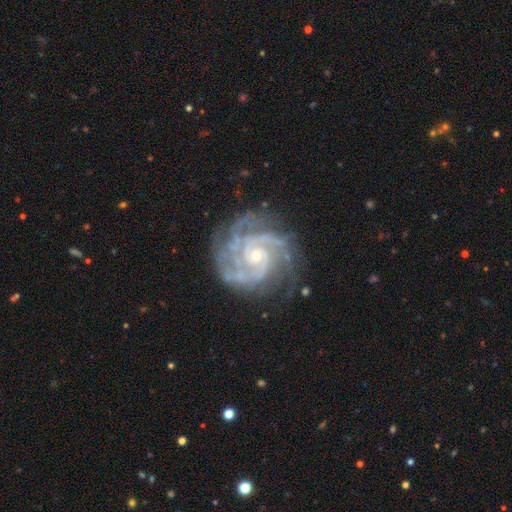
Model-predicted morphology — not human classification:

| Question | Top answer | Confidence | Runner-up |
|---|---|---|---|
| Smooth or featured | featured or disk | 92% | star or artifact (5%) |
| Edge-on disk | no | 98% | yes (2%) |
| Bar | no | 70% | weak (24%) |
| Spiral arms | yes | 98% | no (2%) |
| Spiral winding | tight | 67% | medium (29%) |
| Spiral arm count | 3 | 30% | 2 (26%) |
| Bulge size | small | 68% | moderate (28%) |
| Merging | none | 73% | minor disturbance (18%) |